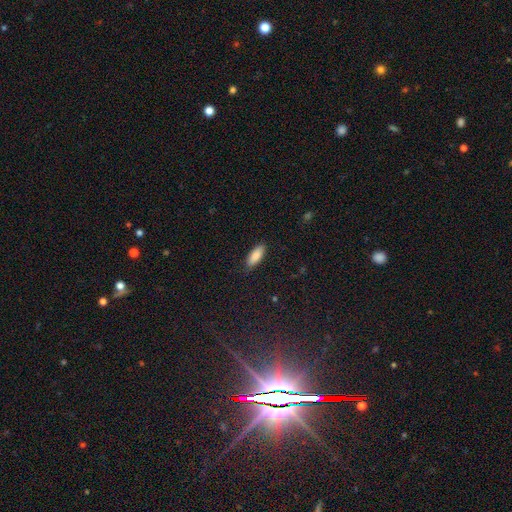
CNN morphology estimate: Q: Smooth or featured?
A: smooth (87%); runner-up: featured or disk (6%)
Q: How rounded?
A: in between (74%); runner-up: cigar-shaped (24%)
Q: Merging?
A: none (87%); runner-up: minor disturbance (10%)